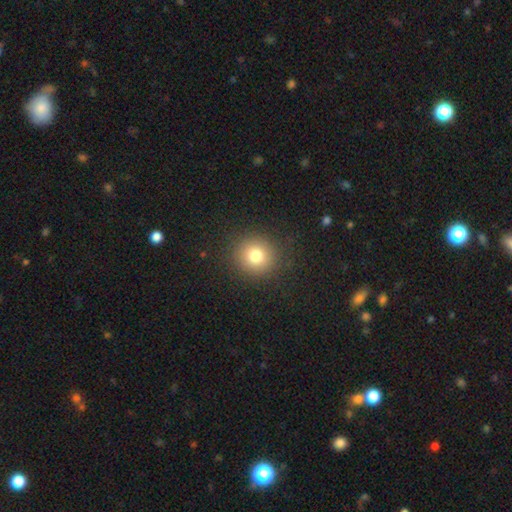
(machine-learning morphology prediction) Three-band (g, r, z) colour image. It shows a smooth galaxy with no disk features (78%) that is round (92%). Merging: none (89%).